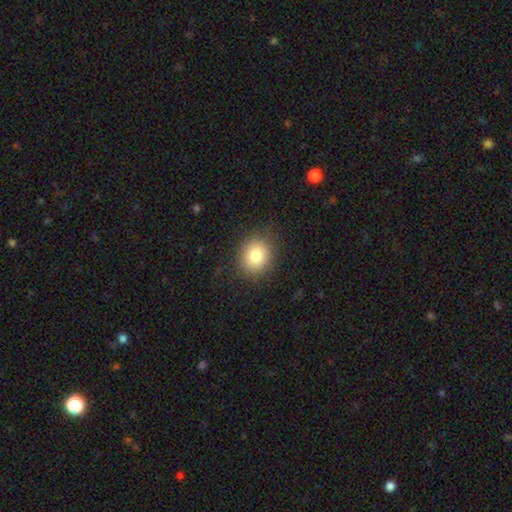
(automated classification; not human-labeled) Morphology: type=smooth (82%); roundness=round (64%); merging=none (85%).